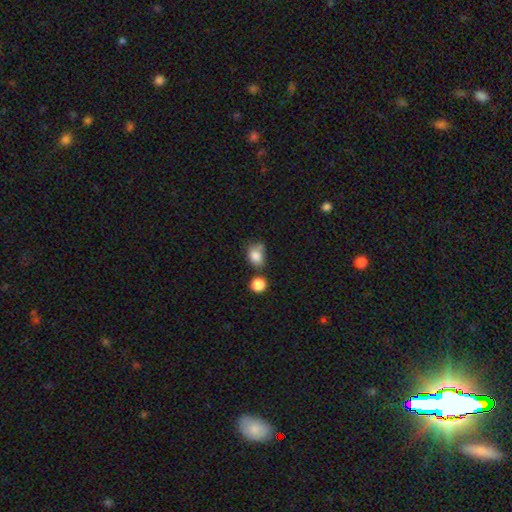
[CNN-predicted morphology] This appears to be a smooth galaxy with no disk features (82%) that is in between round and cigar-shaped (52%). Merging: none (48%).